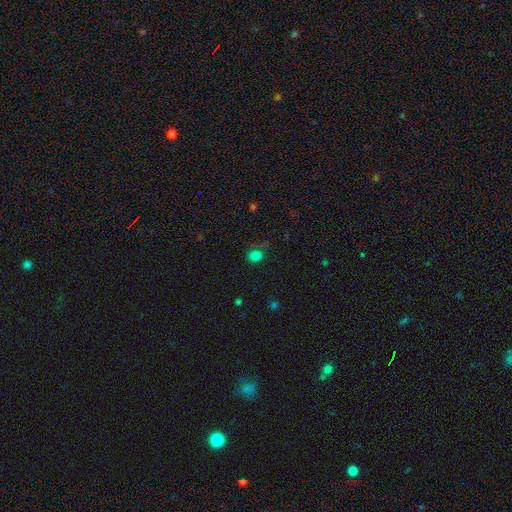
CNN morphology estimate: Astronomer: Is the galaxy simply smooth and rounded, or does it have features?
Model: smooth — 78%.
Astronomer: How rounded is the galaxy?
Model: round — 65%.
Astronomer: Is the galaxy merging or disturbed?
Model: none — 74%.